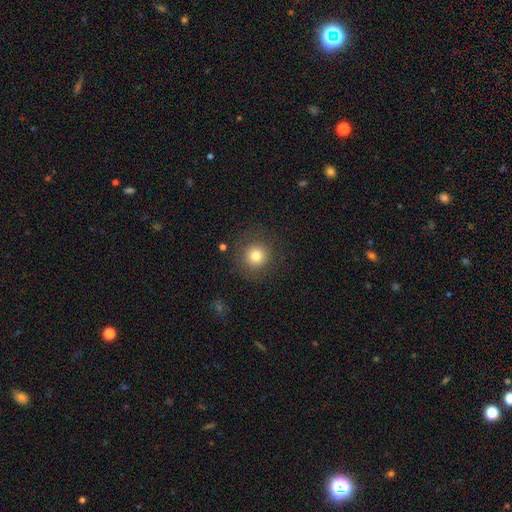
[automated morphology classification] The model was most divided on "smooth or featured": smooth: 77%, star or artifact: 13%, featured or disk: 10%. More confident: how rounded — round (94%); merging — none (86%).